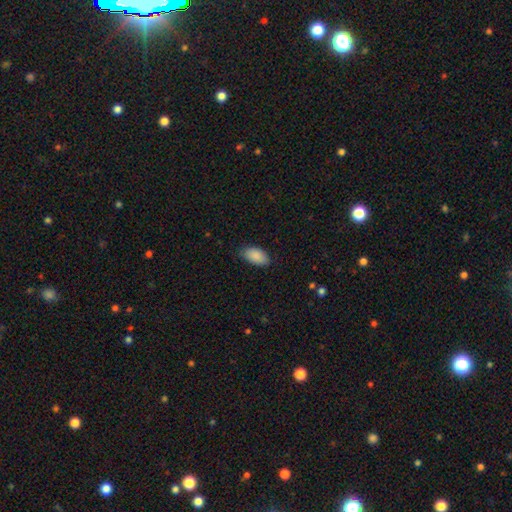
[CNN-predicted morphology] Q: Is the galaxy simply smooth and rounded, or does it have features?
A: smooth — 89%.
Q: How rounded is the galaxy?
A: in between — 95%.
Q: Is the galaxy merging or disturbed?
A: none — 81%.